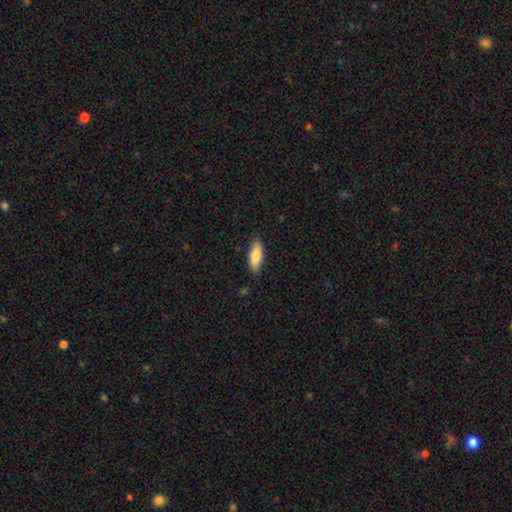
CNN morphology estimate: This appears to be a smooth galaxy with no disk features (78%) that is in between round and cigar-shaped (63%). Merging: none (85%).